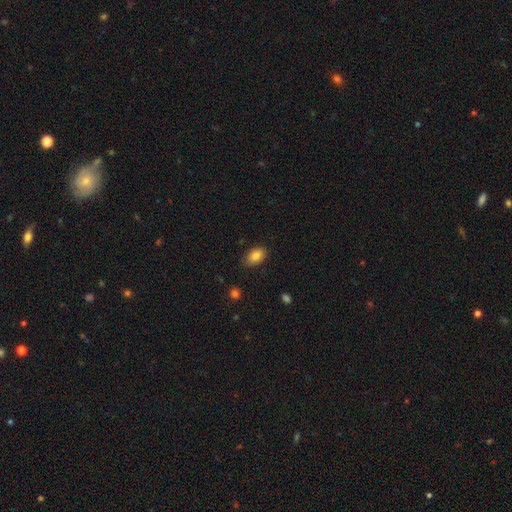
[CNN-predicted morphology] Smooth or featured?
  - smooth: 86% *
  - star or artifact: 8%
  - featured or disk: 6%
How rounded?
  - in between: 88% *
  - round: 10%
  - cigar-shaped: 2%
Merging?
  - none: 81% *
  - minor disturbance: 15%
  - major disturbance: 3%
  - merger: 1%